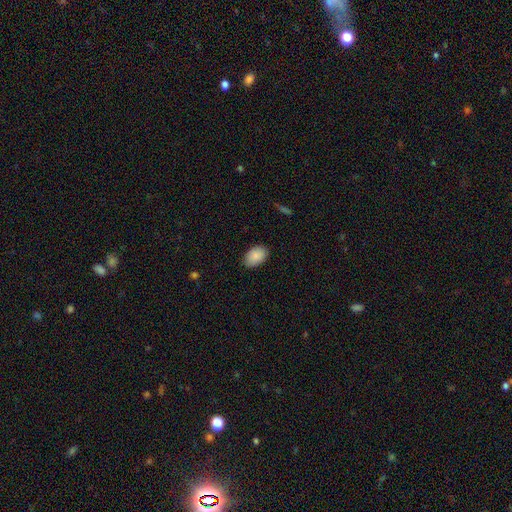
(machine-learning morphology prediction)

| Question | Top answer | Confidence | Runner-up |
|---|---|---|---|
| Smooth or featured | smooth | 89% | star or artifact (7%) |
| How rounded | in between | 91% | round (8%) |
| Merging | none | 86% | minor disturbance (11%) |